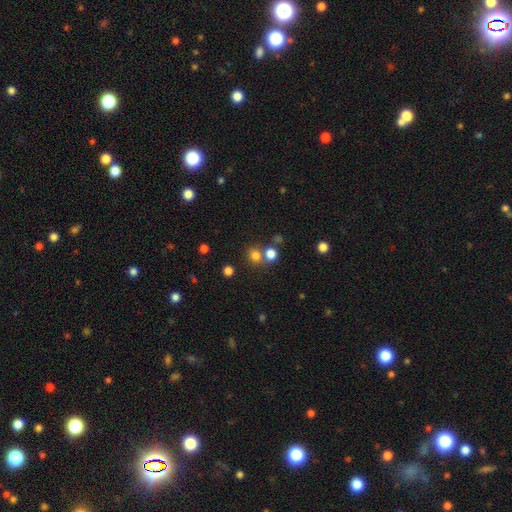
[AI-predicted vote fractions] smooth_or_featured: smooth (p=0.76) [alt: star or artifact p=0.18]
how_rounded: round (p=0.86) [alt: in between p=0.13]
merging: none (p=0.65) [alt: merger p=0.25]